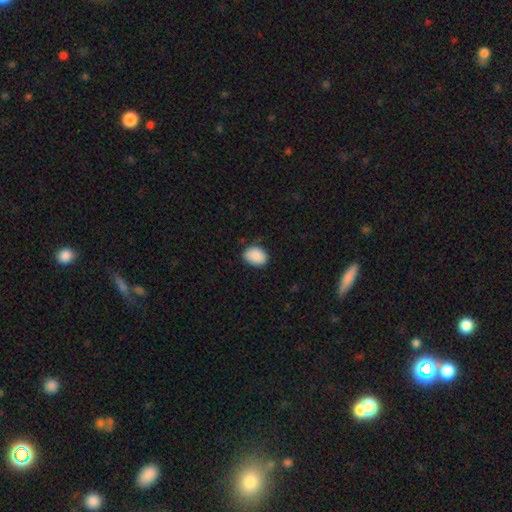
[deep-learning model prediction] Smooth or featured: smooth — 90% (star or artifact — 7%)
How rounded: in between — 73% (round — 26%)
Merging: none — 80% (minor disturbance — 16%)